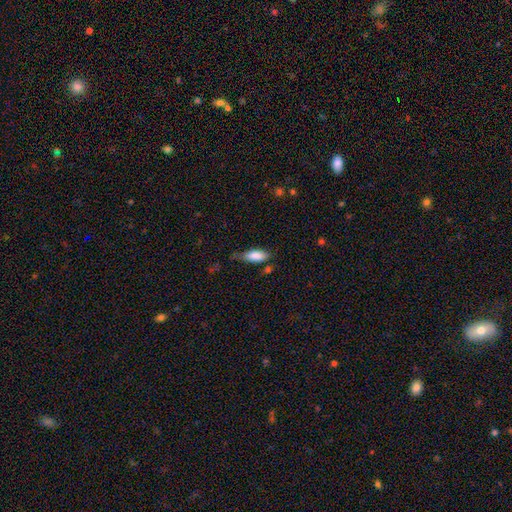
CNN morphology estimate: This appears to be a smooth galaxy with no disk features (84%) that is in between round and cigar-shaped (73%). Merging: none (53%).